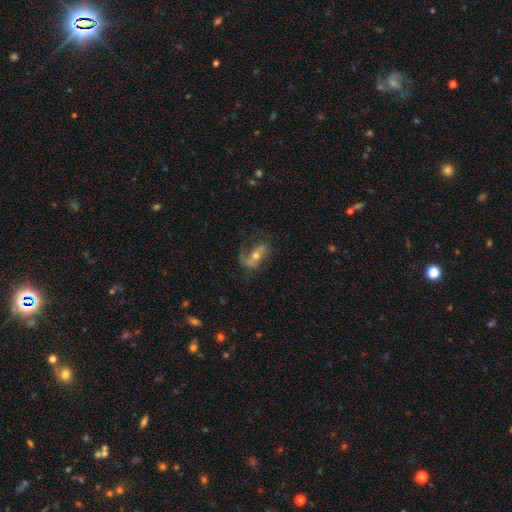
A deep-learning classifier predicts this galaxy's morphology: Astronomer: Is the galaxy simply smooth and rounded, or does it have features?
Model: featured or disk — 70%.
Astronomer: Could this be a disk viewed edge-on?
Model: no — 94%.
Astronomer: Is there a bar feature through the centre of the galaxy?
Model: no — 45% (runner-up: weak, 33%).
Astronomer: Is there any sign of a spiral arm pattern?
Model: yes — 83%.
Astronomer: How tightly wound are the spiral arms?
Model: loose — 57% (runner-up: medium, 33%).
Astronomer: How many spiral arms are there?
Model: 2 — 60%.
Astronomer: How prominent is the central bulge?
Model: moderate — 62%.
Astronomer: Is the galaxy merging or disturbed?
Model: none — 48% (runner-up: major disturbance, 27%).